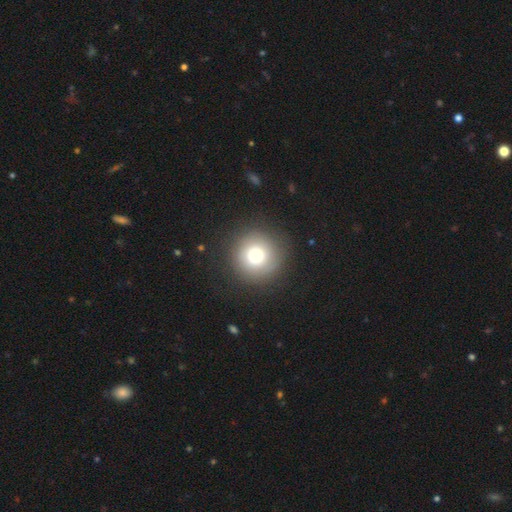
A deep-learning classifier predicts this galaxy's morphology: Smooth or featured?
  - smooth: 73% *
  - featured or disk: 16%
  - star or artifact: 11%
How rounded?
  - round: 96% *
  - in between: 3%
  - cigar-shaped: 1%
Merging?
  - none: 86% *
  - minor disturbance: 8%
  - major disturbance: 4%
  - merger: 1%